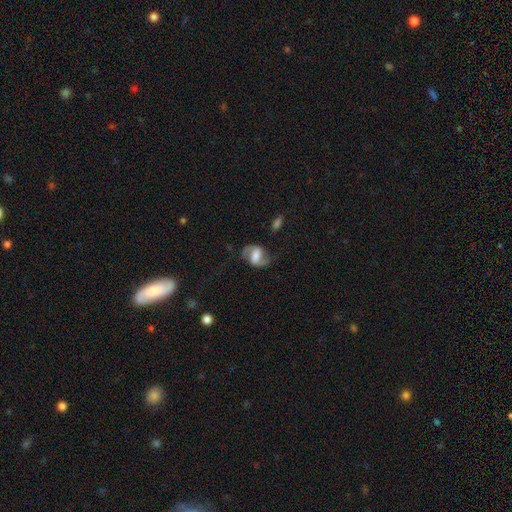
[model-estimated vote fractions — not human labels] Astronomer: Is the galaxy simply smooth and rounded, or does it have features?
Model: featured or disk — 72%.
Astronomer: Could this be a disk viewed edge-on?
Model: no — 97%.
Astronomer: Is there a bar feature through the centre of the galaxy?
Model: weak — 43% (runner-up: strong, 37%).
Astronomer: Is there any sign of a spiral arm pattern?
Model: yes — 91%.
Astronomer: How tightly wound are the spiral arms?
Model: medium — 45% (runner-up: loose, 40%).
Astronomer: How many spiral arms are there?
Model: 2 — 90%.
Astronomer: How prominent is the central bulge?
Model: moderate — 45% (runner-up: small, 22%).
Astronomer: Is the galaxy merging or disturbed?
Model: none — 68%.